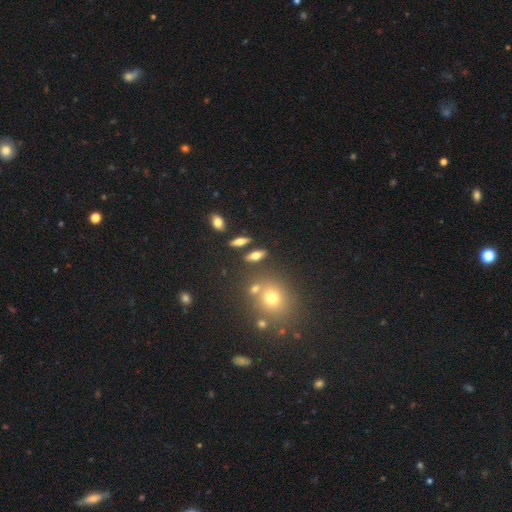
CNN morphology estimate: Smooth or featured: smooth — 51% (featured or disk — 35%)
How rounded: in between — 54% (cigar-shaped — 36%)
Merging: none — 79% (minor disturbance — 10%)